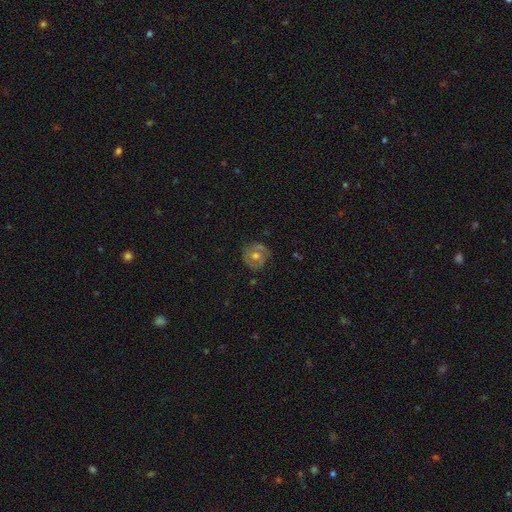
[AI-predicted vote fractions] Smooth or featured? featured or disk (62%)
Edge-on disk? no (97%)
Bar? no (65%)
Spiral arms? yes (75%)
Bulge size? moderate (68%)
Merging? none (77%)